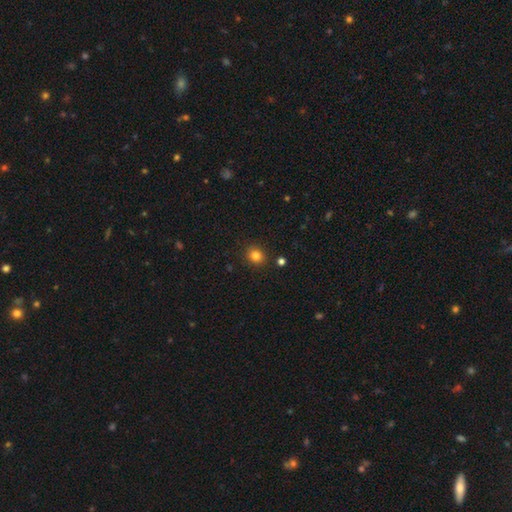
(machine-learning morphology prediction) type=smooth (82%); roundness=round (79%); merging=none (89%).